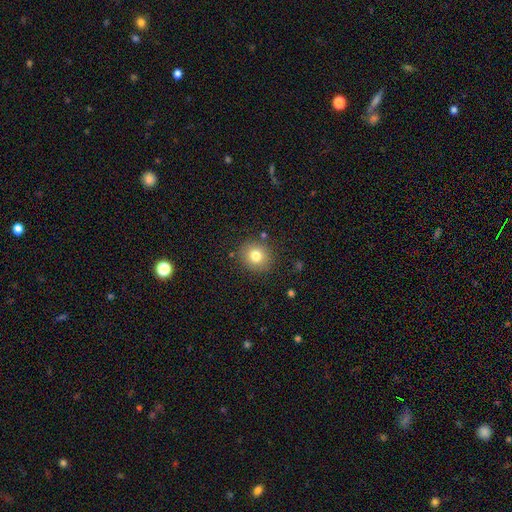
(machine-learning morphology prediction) smooth-or-featured: smooth: 78% | star or artifact: 12% | featured or disk: 11%
  how-rounded: round: 85% | in between: 14% | cigar-shaped: 1%
  merging: none: 86% | minor disturbance: 9% | major disturbance: 3% | merger: 2%